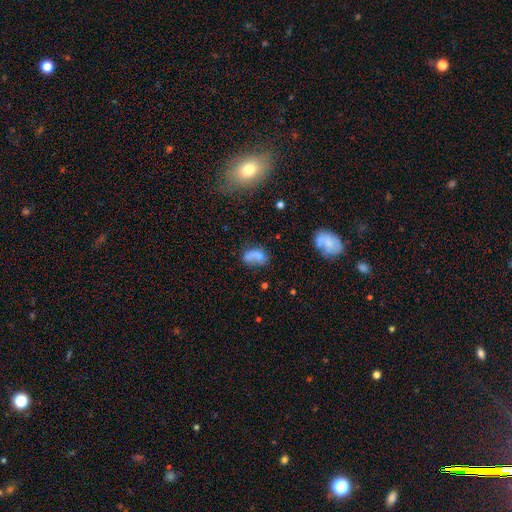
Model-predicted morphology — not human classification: Q: Smooth or featured?
A: smooth (61%); runner-up: featured or disk (24%)
Q: How rounded?
A: in between (79%); runner-up: round (18%)
Q: Merging?
A: none (35%); runner-up: major disturbance (24%)